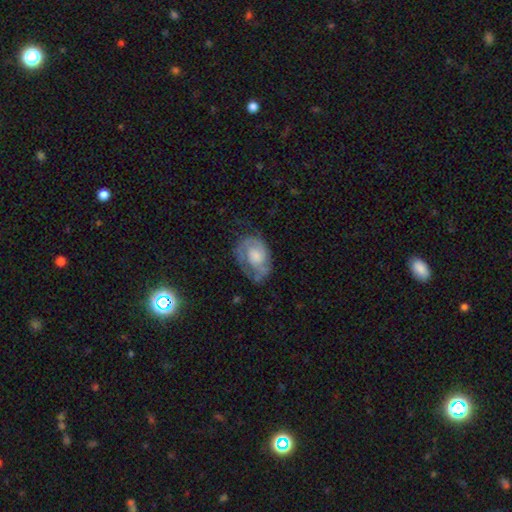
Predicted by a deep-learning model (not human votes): Smooth or featured? Predicted: featured or disk (p=0.60). Edge-on disk? Predicted: no (p=0.97). Bar? Predicted: no (p=0.75). Spiral arms? Predicted: yes (p=0.73). Bulge size? Predicted: moderate (p=0.36). Merging? Predicted: none (p=0.48).